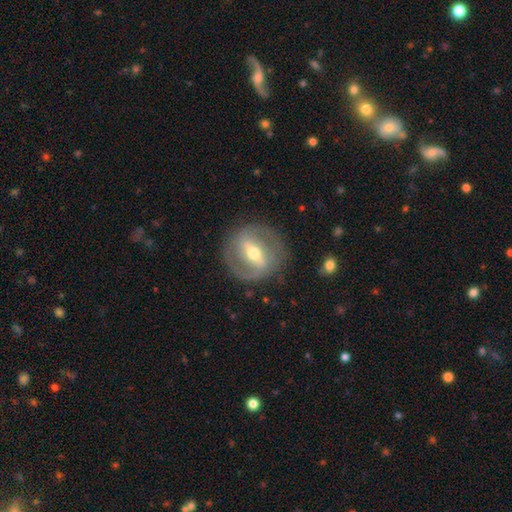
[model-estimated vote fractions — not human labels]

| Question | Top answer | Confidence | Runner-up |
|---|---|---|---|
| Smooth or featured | featured or disk | 79% | smooth (16%) |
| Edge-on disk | no | 91% | yes (9%) |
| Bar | strong | 62% | weak (29%) |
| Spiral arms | yes | 69% | no (31%) |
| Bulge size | moderate | 63% | small (30%) |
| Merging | none | 83% | minor disturbance (10%) |